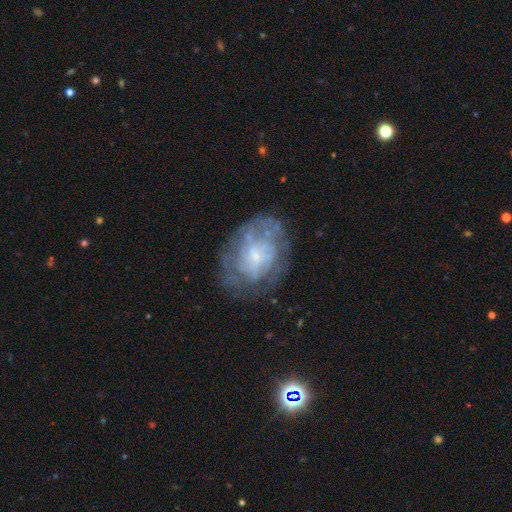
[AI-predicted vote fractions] This is likely a featured or disk galaxy (64%). It is clearly not viewed edge-on (97%). Bar: likely no (73%). Spiral arm pattern: possibly yes (55%). Central bulge: likely small (64%). Merging: likely none (65%).